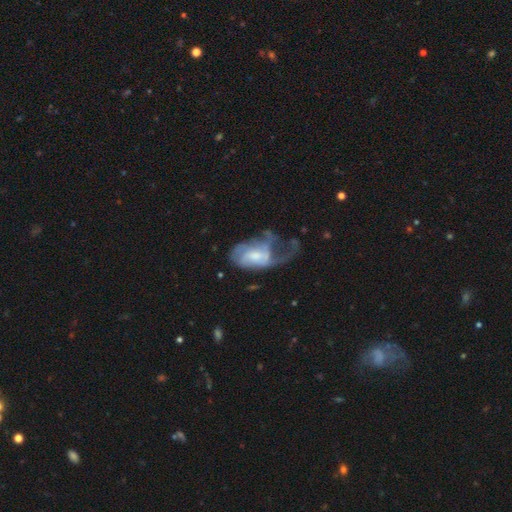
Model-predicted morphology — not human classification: This appears to be a featured or disk galaxy (68%) with no bar (60%), spiral arms (75%) and a moderate central bulge (42%). Merging: major disturbance (53%).